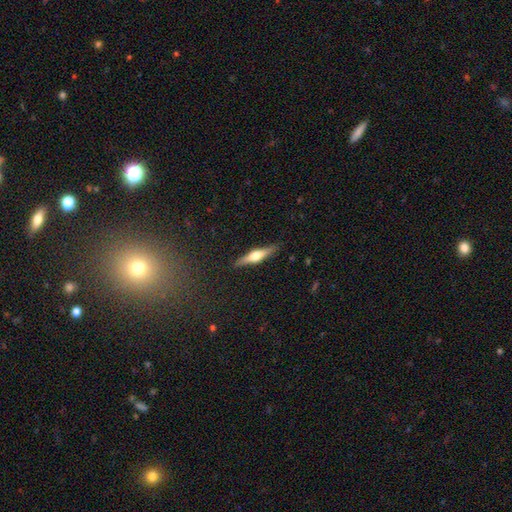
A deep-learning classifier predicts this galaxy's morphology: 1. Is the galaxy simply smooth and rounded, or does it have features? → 67% featured or disk, 27% smooth, 6% star or artifact.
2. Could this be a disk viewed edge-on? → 97% yes, 3% no.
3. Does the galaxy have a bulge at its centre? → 92% rounded, 5% boxy, 2% none.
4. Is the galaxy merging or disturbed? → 89% none, 8% minor disturbance, 2% major disturbance, 1% merger.